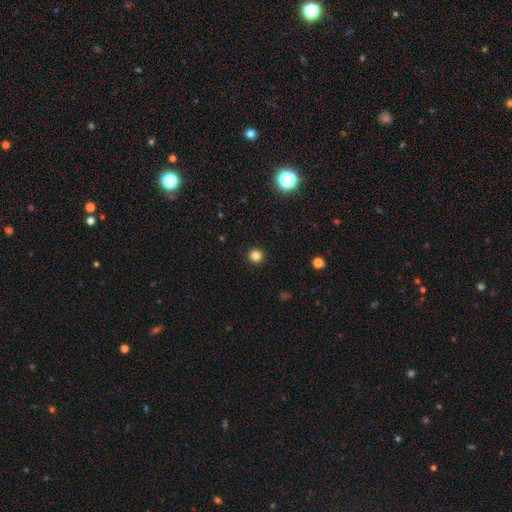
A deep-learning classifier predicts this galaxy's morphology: smooth_or_featured: smooth (p=0.82) [alt: star or artifact p=0.13]
how_rounded: round (p=0.94) [alt: in between p=0.05]
merging: none (p=0.93) [alt: minor disturbance p=0.04]